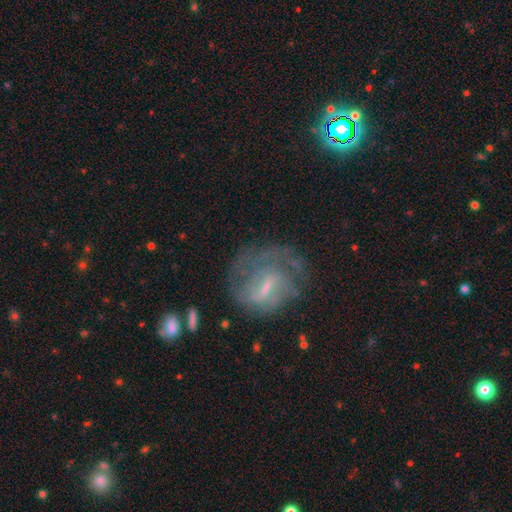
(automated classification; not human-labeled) This is possibly a featured or disk galaxy (60%). It is clearly not viewed edge-on (95%). Bar: possibly weak (51%). Spiral arm pattern: likely yes (79%). Central bulge: possibly small (54%). Merging: likely none (65%).